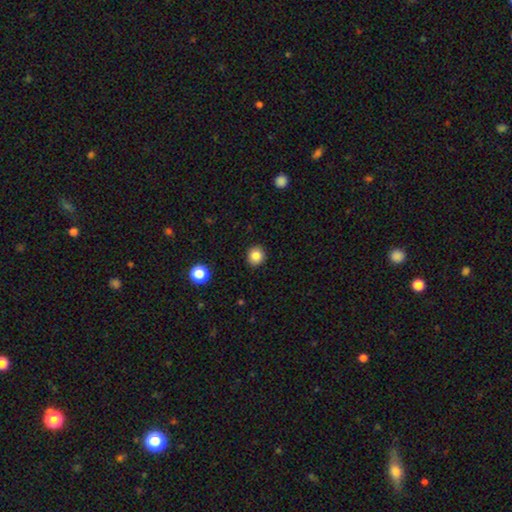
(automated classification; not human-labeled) A smooth galaxy with no disk features (84%) that is round (86%).

Vote fractions:
- Smooth or featured? smooth: 84% / star or artifact: 11% / featured or disk: 5%
- How rounded? round: 86% / in between: 13% / cigar-shaped: 1%
- Merging? none: 91% / minor disturbance: 6% / major disturbance: 2% / merger: 1%